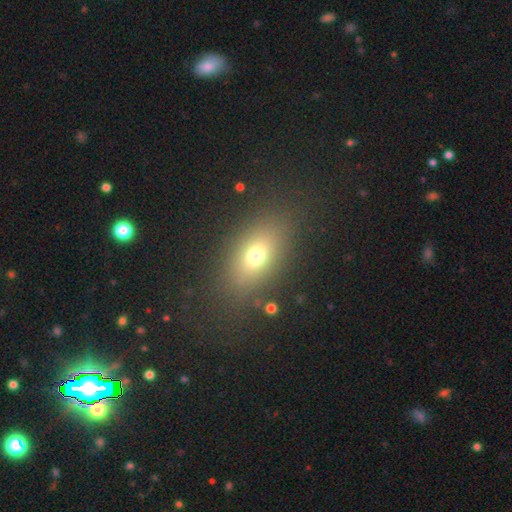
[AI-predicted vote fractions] smooth-or-featured: smooth: 70% | featured or disk: 16% | star or artifact: 14%
  how-rounded: in between: 77% | round: 15% | cigar-shaped: 7%
  merging: none: 83% | minor disturbance: 10% | major disturbance: 6% | merger: 2%